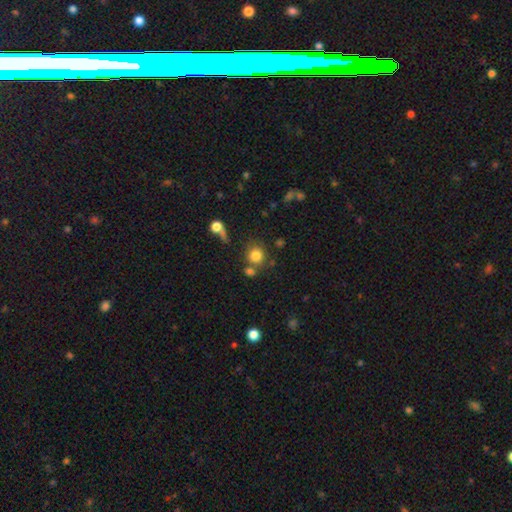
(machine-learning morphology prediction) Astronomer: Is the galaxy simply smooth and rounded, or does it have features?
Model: smooth — 81%.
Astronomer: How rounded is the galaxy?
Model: round — 87%.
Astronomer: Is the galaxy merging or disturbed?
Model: none — 70%.